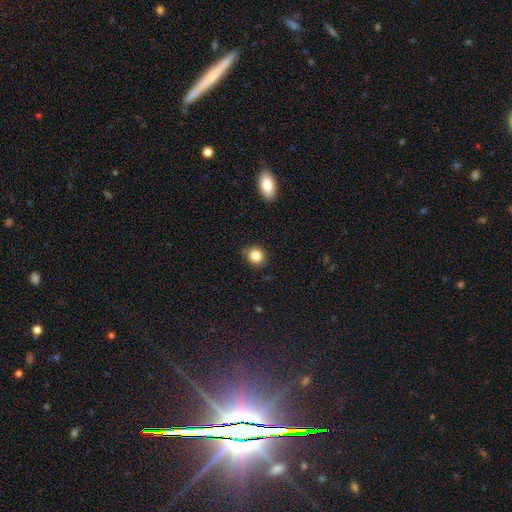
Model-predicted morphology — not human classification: Smooth or featured?
  - smooth: 85% *
  - star or artifact: 10%
  - featured or disk: 5%
How rounded?
  - round: 81% *
  - in between: 18%
  - cigar-shaped: 1%
Merging?
  - none: 86% *
  - minor disturbance: 10%
  - major disturbance: 2%
  - merger: 2%